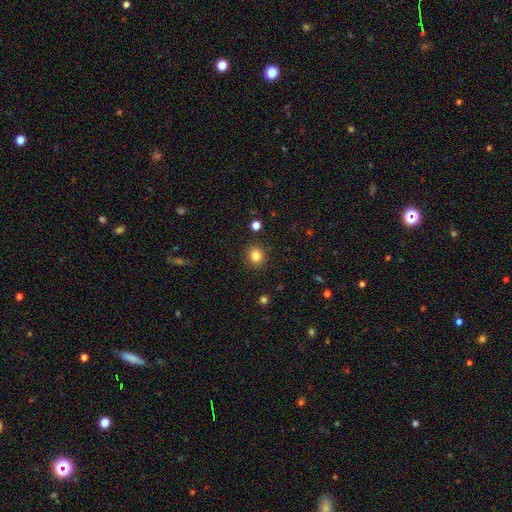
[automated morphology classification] A smooth galaxy with no disk features (82%) that is round (82%). Merging: none (89%).